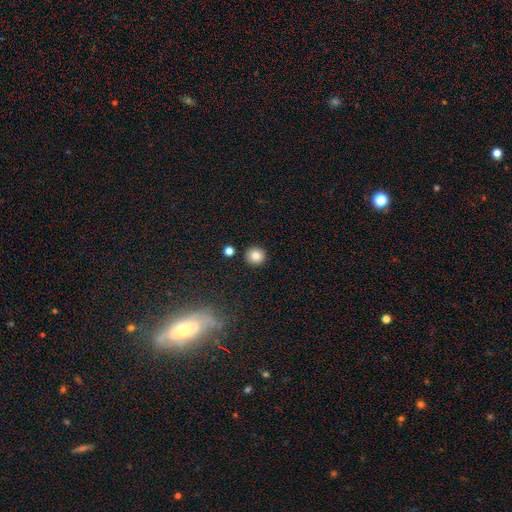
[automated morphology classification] smooth 83%, star or artifact 10%, featured or disk 7%. Down the decision tree: how rounded — round (91%); merging — none (90%).